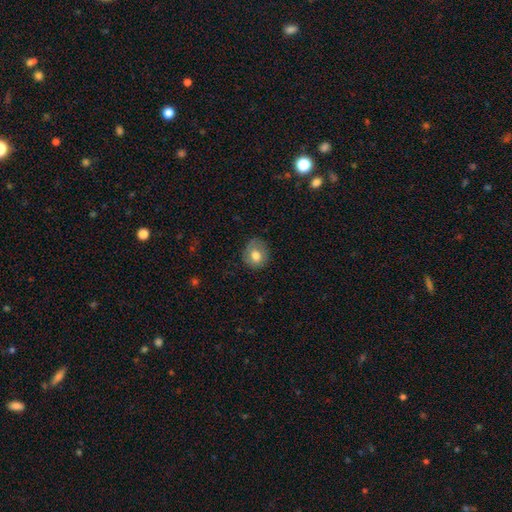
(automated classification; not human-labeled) A smooth galaxy with no disk features (75%) that is round (78%).

Vote fractions:
- Smooth or featured? smooth: 75% / featured or disk: 16% / star or artifact: 9%
- How rounded? round: 78% / in between: 21% / cigar-shaped: 1%
- Merging? none: 75% / minor disturbance: 19% / major disturbance: 5% / merger: 1%